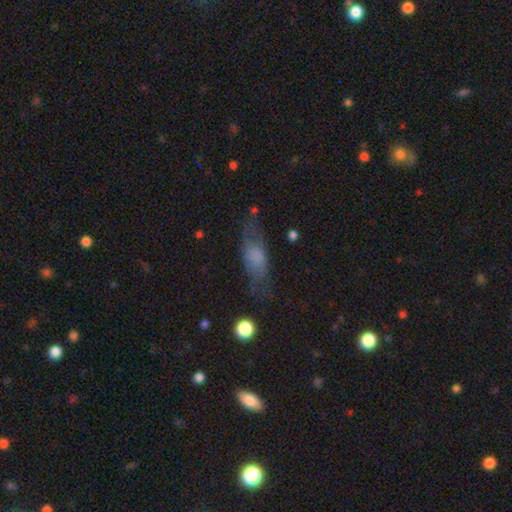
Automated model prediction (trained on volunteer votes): smooth 59%, featured or disk 31%, star or artifact 10%. Down the decision tree: how rounded — in between (69%); merging — none (54%).